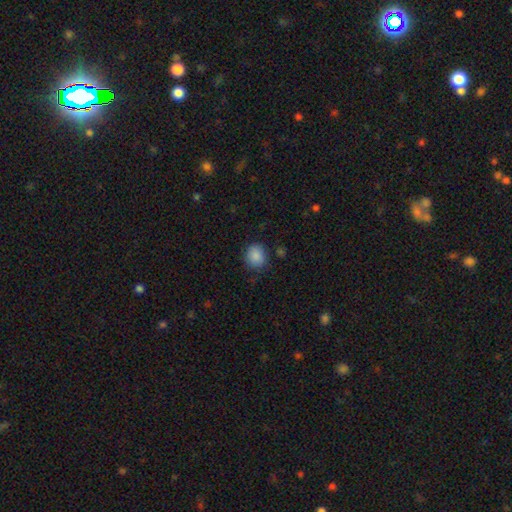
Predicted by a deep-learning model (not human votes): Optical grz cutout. It shows a smooth galaxy with no disk features (87%) that is round (73%). Merging: none (81%).